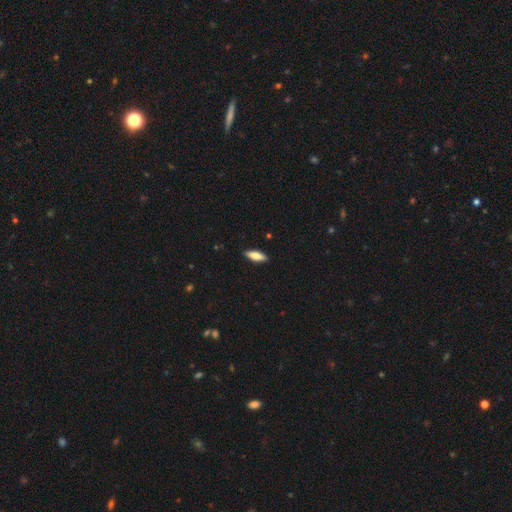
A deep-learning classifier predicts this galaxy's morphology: Smooth or featured?
  - smooth: 74% *
  - featured or disk: 20%
  - star or artifact: 6%
How rounded?
  - in between: 55% *
  - cigar-shaped: 43%
  - round: 2%
Merging?
  - none: 89% *
  - minor disturbance: 8%
  - major disturbance: 2%
  - merger: 1%